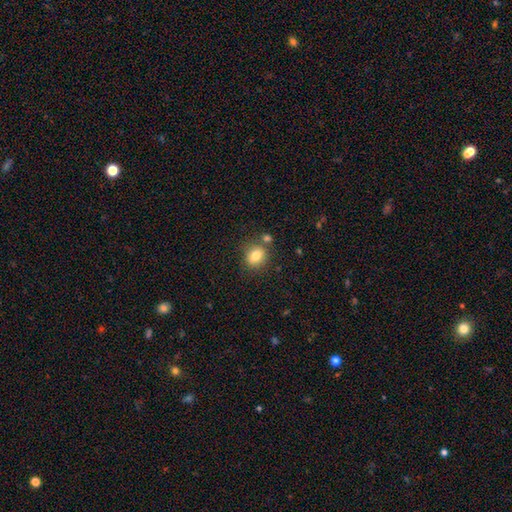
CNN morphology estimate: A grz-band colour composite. It shows a smooth galaxy with no disk features (81%) that is round (66%). Merging: none (72%).